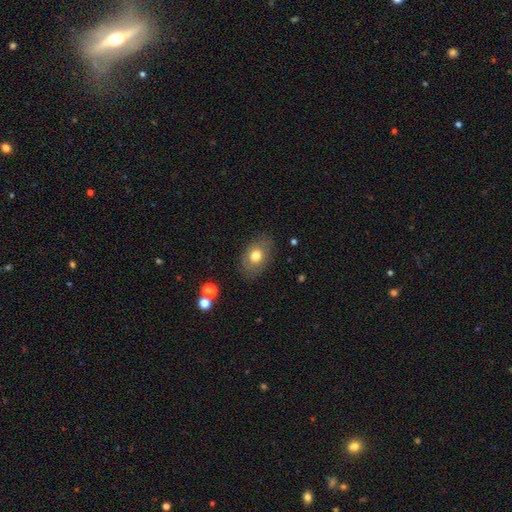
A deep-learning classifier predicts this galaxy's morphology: Smooth or featured?
  - smooth: 66% *
  - featured or disk: 26%
  - star or artifact: 8%
How rounded?
  - in between: 77% *
  - round: 22%
  - cigar-shaped: 1%
Merging?
  - none: 79% *
  - minor disturbance: 15%
  - major disturbance: 5%
  - merger: 1%